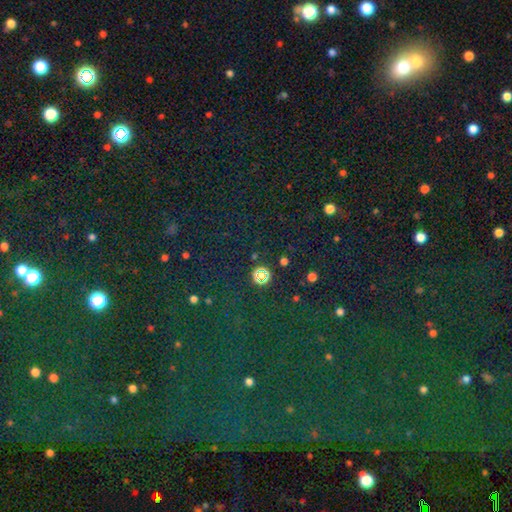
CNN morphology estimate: Smooth or featured? Predicted: star or artifact (p=0.81).